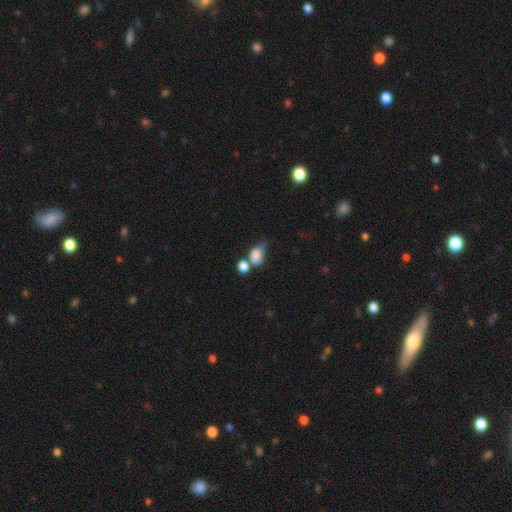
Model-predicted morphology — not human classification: smooth_or_featured: smooth (p=0.81) [alt: featured or disk p=0.10]
how_rounded: in between (p=0.73) [alt: round p=0.25]
merging: merger (p=0.43) [alt: none p=0.26]